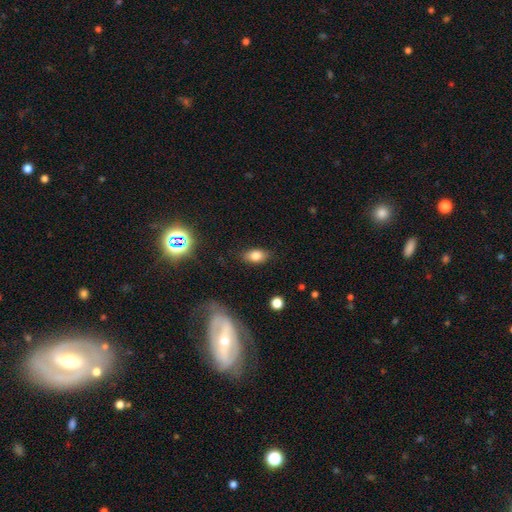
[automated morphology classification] Smooth or featured? smooth (79%)
How rounded? in between (88%)
Merging? none (84%)